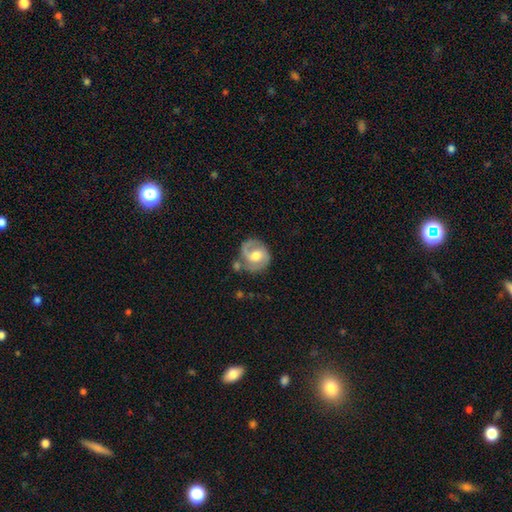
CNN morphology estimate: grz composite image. It shows a featured or disk galaxy (71%) with no bar (48%), 2 (69%) medium (46%) spiral arms (88%) and a moderate central bulge (70%). Merging: none (59%).